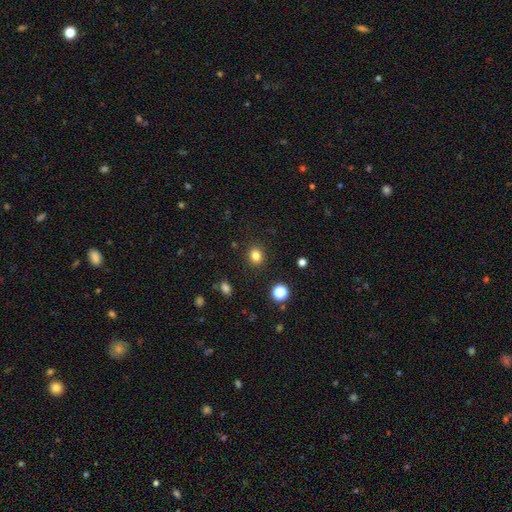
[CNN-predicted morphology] Q: Smooth or featured?
A: smooth (82%); runner-up: star or artifact (13%)
Q: How rounded?
A: round (66%); runner-up: in between (33%)
Q: Merging?
A: none (89%); runner-up: minor disturbance (7%)